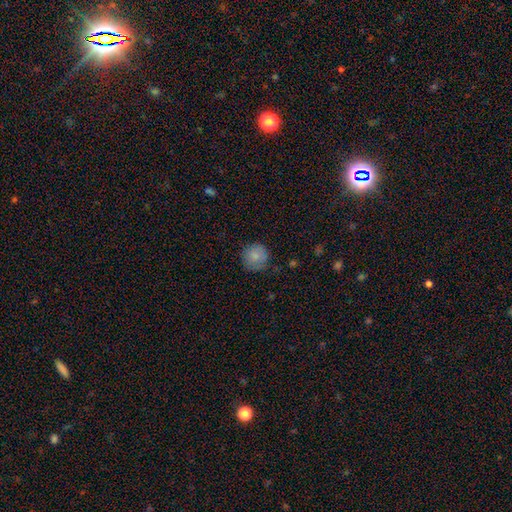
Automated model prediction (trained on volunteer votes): Q: Smooth or featured?
A: smooth (83%); runner-up: featured or disk (8%)
Q: How rounded?
A: round (92%); runner-up: in between (7%)
Q: Merging?
A: none (78%); runner-up: minor disturbance (17%)